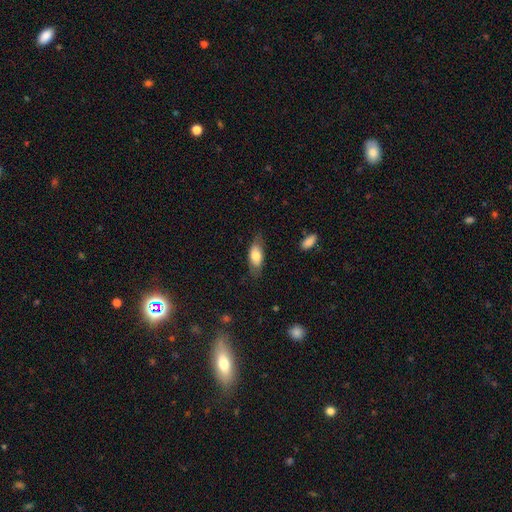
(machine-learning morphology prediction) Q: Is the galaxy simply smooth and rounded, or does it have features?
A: smooth — 72%.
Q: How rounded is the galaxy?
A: in between — 81%.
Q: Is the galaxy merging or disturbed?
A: none — 72%.